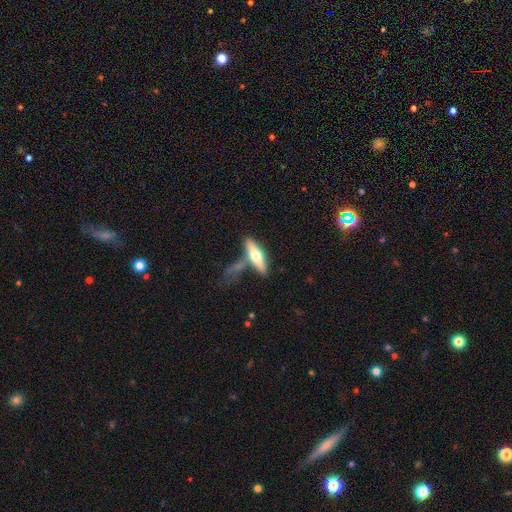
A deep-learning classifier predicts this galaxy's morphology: A smooth galaxy with no disk features (49%).

Vote fractions:
- Smooth or featured? smooth: 49% / featured or disk: 46% / star or artifact: 6%
- Merging? none: 52% / merger: 20% / minor disturbance: 18% / major disturbance: 11%